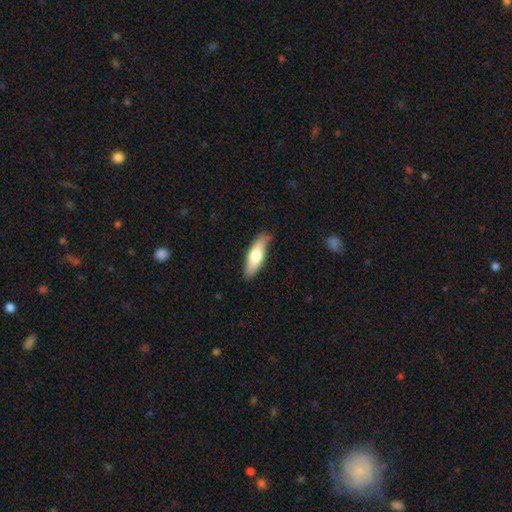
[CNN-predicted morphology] Q: Smooth or featured?
A: smooth (66%); runner-up: featured or disk (29%)
Q: How rounded?
A: cigar-shaped (49%); runner-up: in between (48%)
Q: Merging?
A: none (78%); runner-up: minor disturbance (17%)